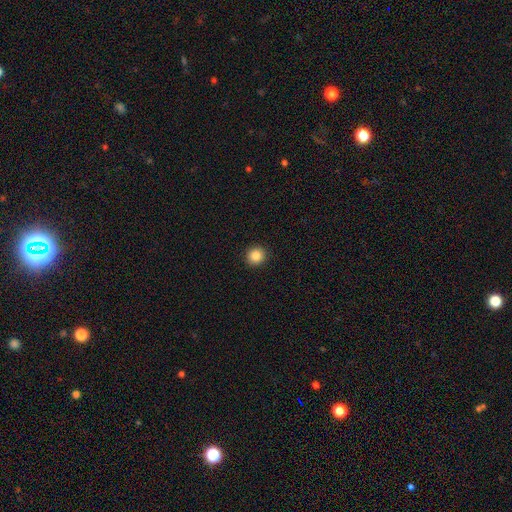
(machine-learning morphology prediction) Smooth or featured? Predicted: smooth (p=0.86). How rounded? Predicted: round (p=0.92). Merging? Predicted: none (p=0.93).